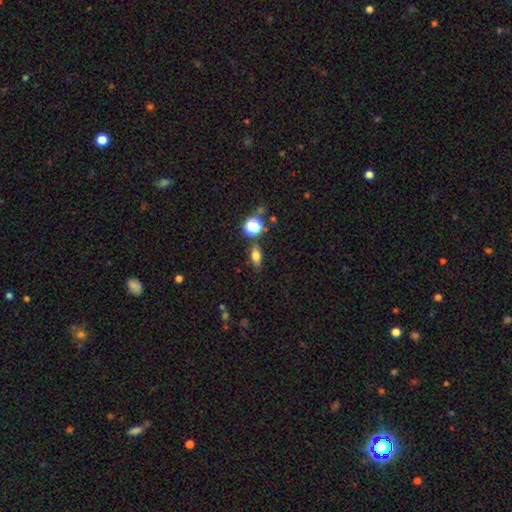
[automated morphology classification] Smooth or featured?
  - smooth: 72% *
  - star or artifact: 15%
  - featured or disk: 13%
How rounded?
  - in between: 72% *
  - round: 16%
  - cigar-shaped: 12%
Merging?
  - none: 78% *
  - minor disturbance: 13%
  - merger: 5%
  - major disturbance: 3%